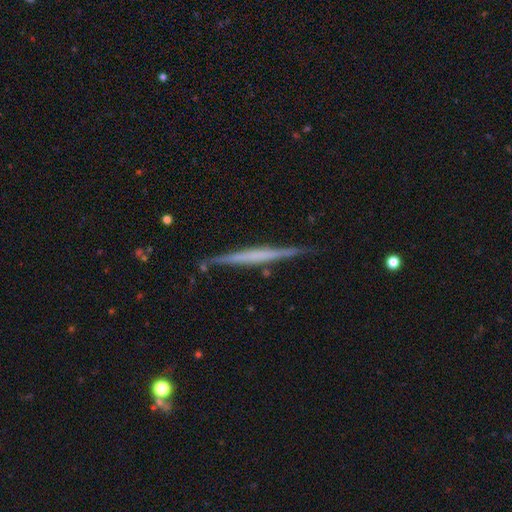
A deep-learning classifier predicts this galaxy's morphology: A featured or disk galaxy (65%) viewed edge-on (98%) with no central bulge (75%). Merging: none (87%).